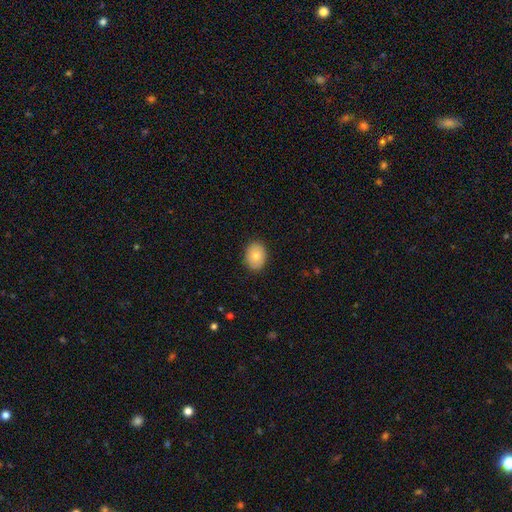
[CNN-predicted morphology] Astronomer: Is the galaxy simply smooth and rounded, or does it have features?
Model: smooth — 79%.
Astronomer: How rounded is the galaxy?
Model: in between — 68%.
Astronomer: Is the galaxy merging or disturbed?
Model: none — 88%.